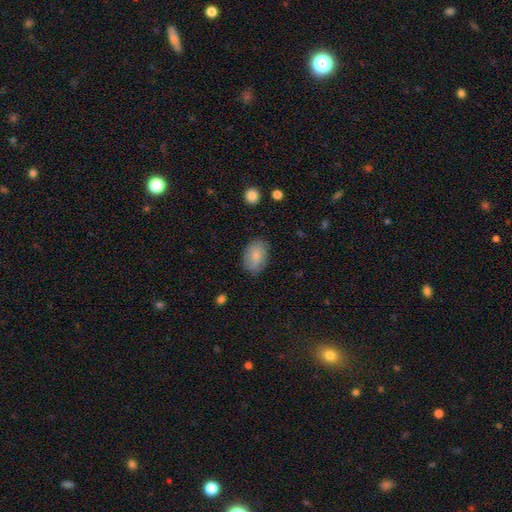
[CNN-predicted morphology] smooth-or-featured: smooth: 78% | featured or disk: 15% | star or artifact: 7%
  how-rounded: in between: 80% | round: 19% | cigar-shaped: 1%
  merging: none: 78% | minor disturbance: 17% | major disturbance: 4% | merger: 1%